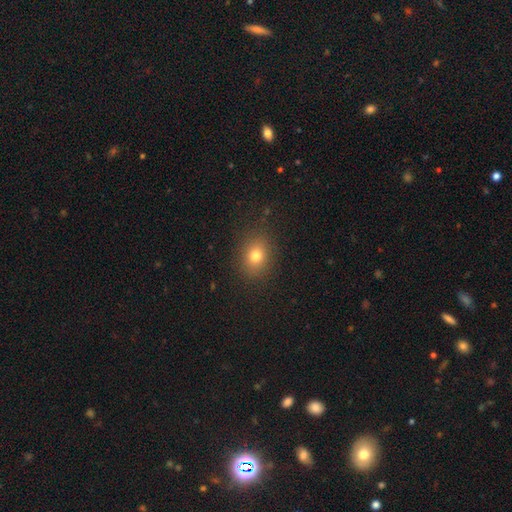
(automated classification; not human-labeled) Q: Smooth or featured?
A: smooth (77%); runner-up: star or artifact (14%)
Q: How rounded?
A: in between (55%); runner-up: round (44%)
Q: Merging?
A: none (87%); runner-up: minor disturbance (9%)